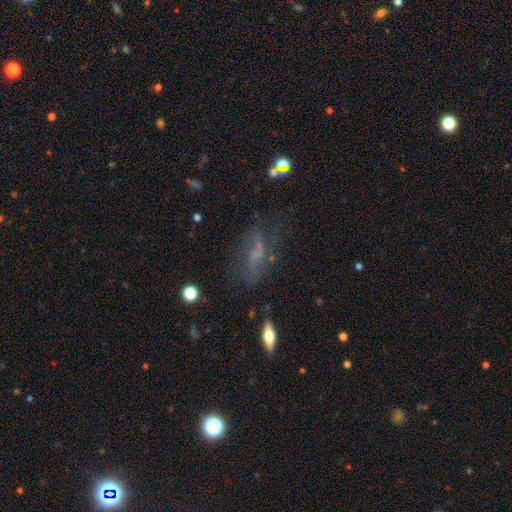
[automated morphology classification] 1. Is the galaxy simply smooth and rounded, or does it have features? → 44% featured or disk, 35% smooth, 21% star or artifact.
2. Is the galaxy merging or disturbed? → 53% none, 22% minor disturbance, 21% major disturbance, 4% merger.